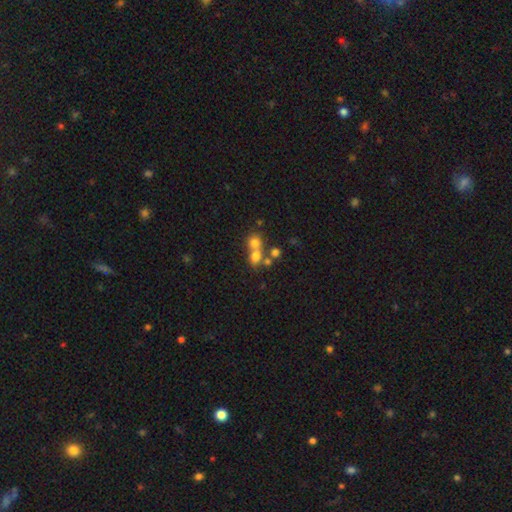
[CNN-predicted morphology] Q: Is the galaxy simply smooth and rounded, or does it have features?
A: smooth — 68%.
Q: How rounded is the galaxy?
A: round — 70%.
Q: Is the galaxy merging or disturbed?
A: merger — 53%.